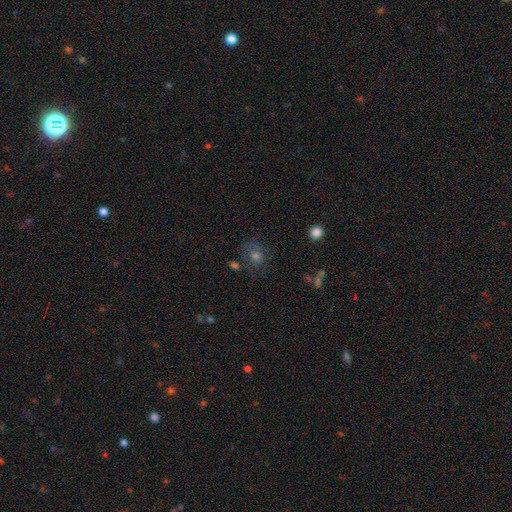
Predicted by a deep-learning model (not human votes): smooth 47%, featured or disk 28%, star or artifact 25%. Down the decision tree: merging — none (70%).